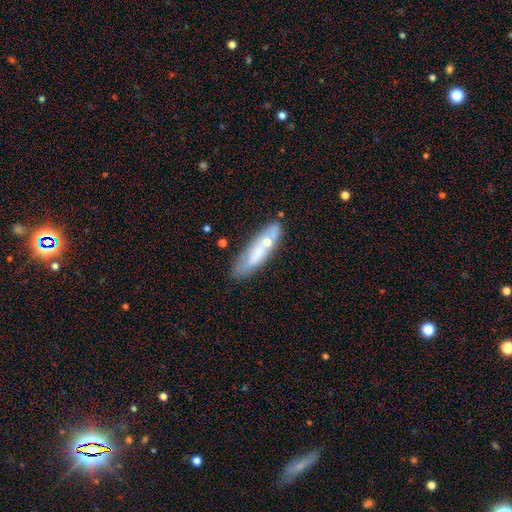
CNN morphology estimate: Smooth or featured: smooth — 53% (featured or disk — 38%)
How rounded: cigar-shaped — 66% (in between — 32%)
Merging: none — 65% (minor disturbance — 19%)